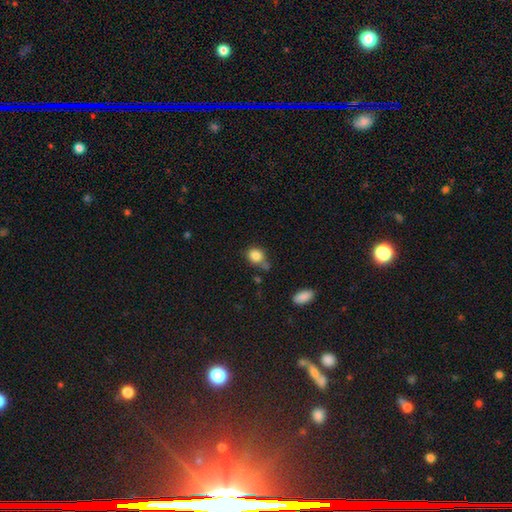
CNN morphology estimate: smooth 85%, star or artifact 10%, featured or disk 5%. Down the decision tree: how rounded — round (71%); merging — none (60%).